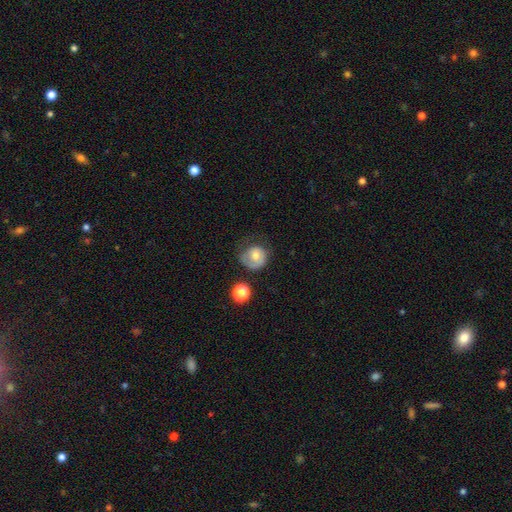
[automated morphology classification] Q: Smooth or featured?
A: smooth (62%); runner-up: featured or disk (30%)
Q: How rounded?
A: round (80%); runner-up: in between (19%)
Q: Merging?
A: none (48%); runner-up: minor disturbance (28%)